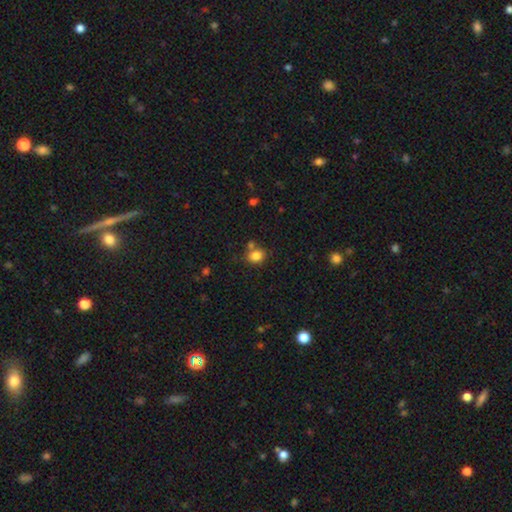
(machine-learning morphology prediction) Smooth or featured? smooth (82%)
How rounded? round (53%)
Merging? none (66%)